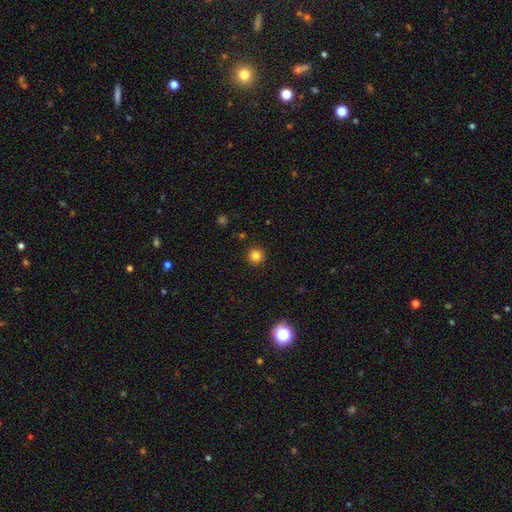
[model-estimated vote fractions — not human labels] Smooth or featured: smooth — 83% (star or artifact — 13%)
How rounded: round — 95% (in between — 4%)
Merging: none — 92% (minor disturbance — 5%)